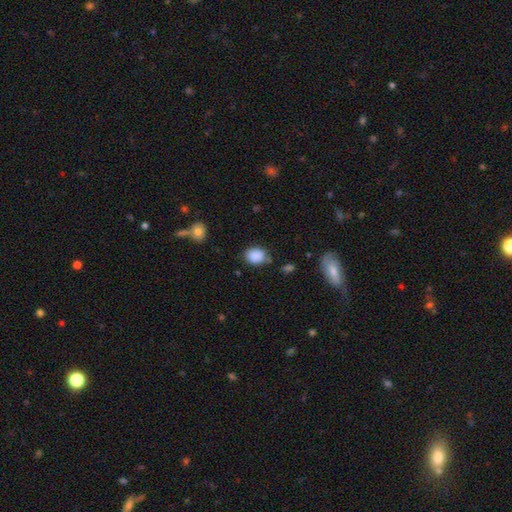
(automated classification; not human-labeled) Smooth or featured? smooth (87%)
How rounded? round (50%)
Merging? none (68%)